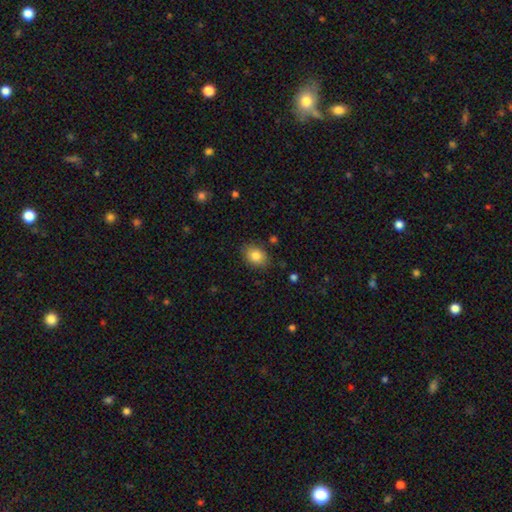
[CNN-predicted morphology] The model was most divided on "how rounded": in between: 66%, round: 33%, cigar-shaped: 1%. More confident: merging — none (84%); smooth or featured — smooth (83%).